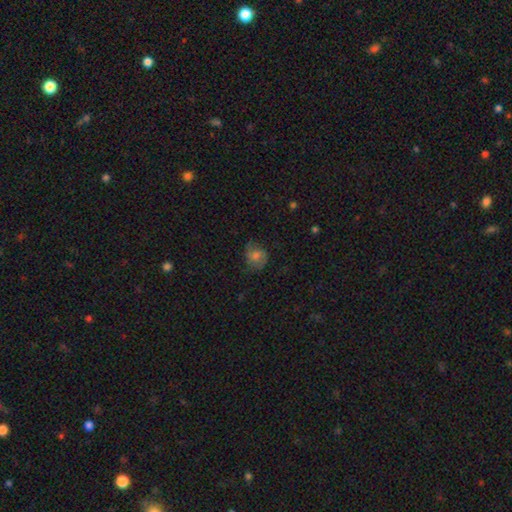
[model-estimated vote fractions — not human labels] A smooth galaxy with no disk features (59%) that is round (67%).

Vote fractions:
- Smooth or featured? smooth: 59% / featured or disk: 29% / star or artifact: 12%
- How rounded? round: 67% / in between: 32% / cigar-shaped: 1%
- Merging? none: 65% / minor disturbance: 23% / major disturbance: 10% / merger: 1%